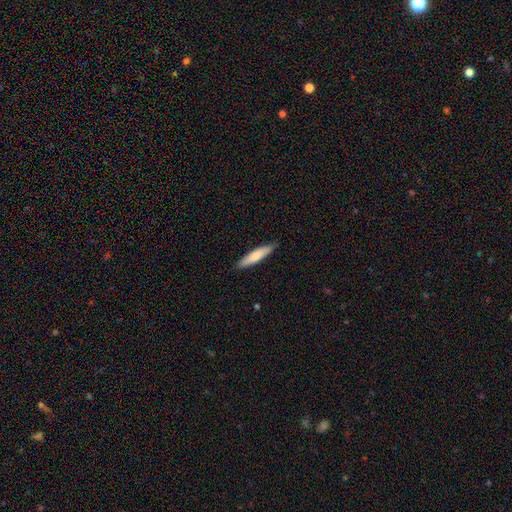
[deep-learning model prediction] The model was most divided on "smooth or featured": smooth: 75%, featured or disk: 20%, star or artifact: 5%. More confident: merging — none (87%); how rounded — cigar-shaped (84%).